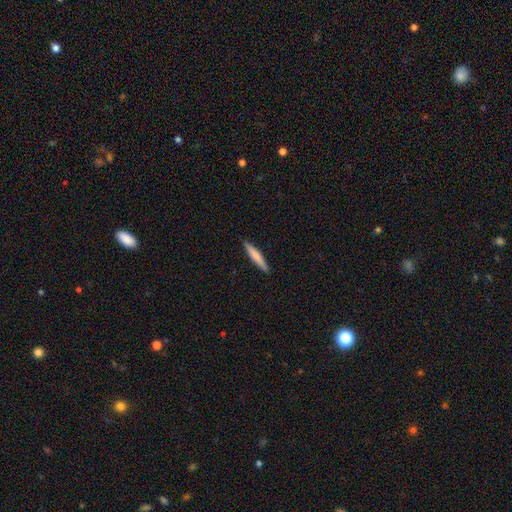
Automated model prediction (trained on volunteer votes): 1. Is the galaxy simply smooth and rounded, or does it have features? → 72% smooth, 23% featured or disk, 5% star or artifact.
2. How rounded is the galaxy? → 93% cigar-shaped, 6% in between, 1% round.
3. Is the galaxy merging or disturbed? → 90% none, 7% minor disturbance, 1% major disturbance, 1% merger.